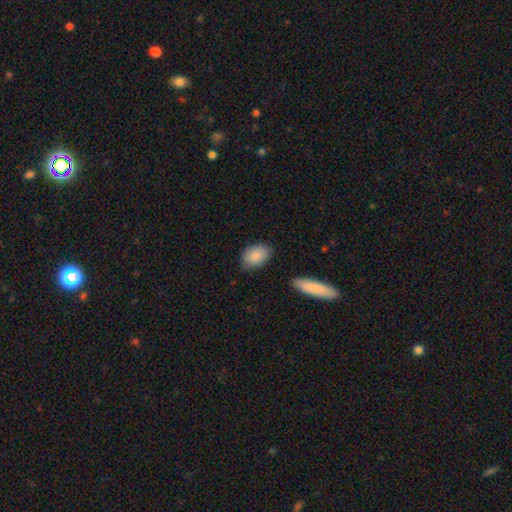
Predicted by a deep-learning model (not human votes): smooth 88%, star or artifact 6%, featured or disk 6%. Down the decision tree: how rounded — in between (87%); merging — none (79%).